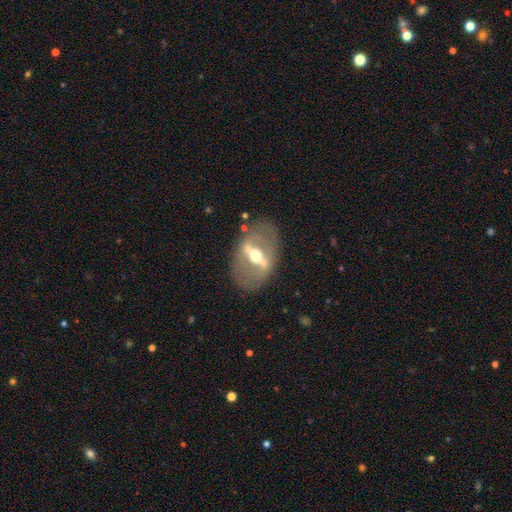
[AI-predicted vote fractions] This appears to be a featured or disk galaxy (80%) with a strong bar (83%), no spiral arms (81%) and a moderate central bulge (71%). Merging: none (80%).